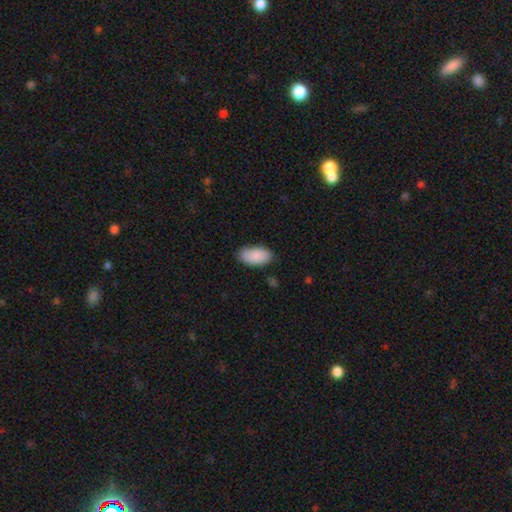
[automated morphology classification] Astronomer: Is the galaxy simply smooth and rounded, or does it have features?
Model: smooth — 89%.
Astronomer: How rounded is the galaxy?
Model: in between — 95%.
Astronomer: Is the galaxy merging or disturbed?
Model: none — 81%.